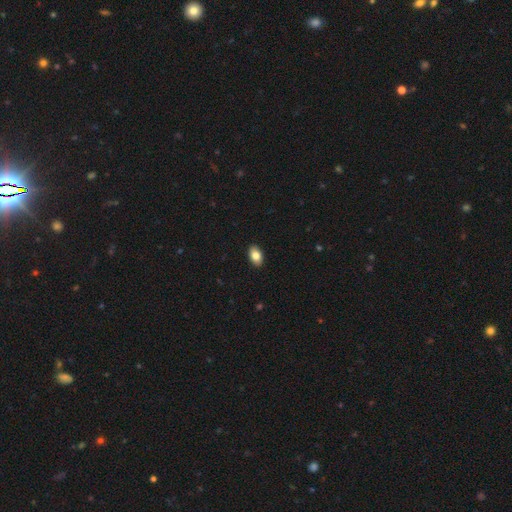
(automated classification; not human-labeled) A smooth galaxy with no disk features (84%) that is in between round and cigar-shaped (91%). Merging: none (91%).